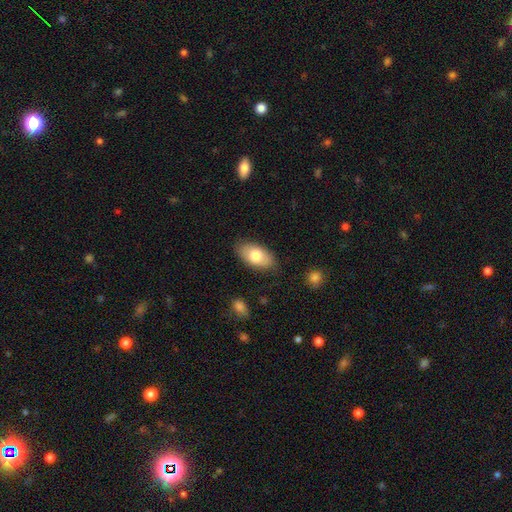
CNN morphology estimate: smooth-or-featured: smooth: 75% | featured or disk: 19% | star or artifact: 6%
  how-rounded: in between: 94% | round: 4% | cigar-shaped: 2%
  merging: none: 83% | minor disturbance: 13% | major disturbance: 3% | merger: 1%